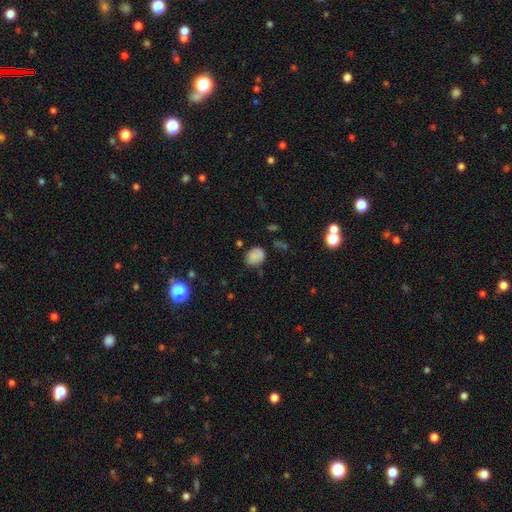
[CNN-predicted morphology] Smooth or featured: smooth — 79% (star or artifact — 12%)
How rounded: round — 51% (in between — 48%)
Merging: none — 64% (minor disturbance — 26%)